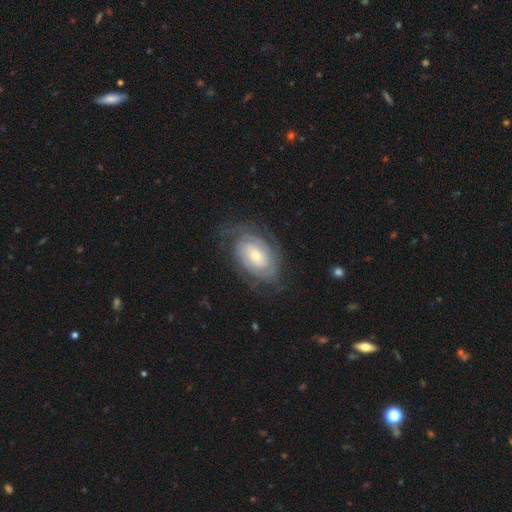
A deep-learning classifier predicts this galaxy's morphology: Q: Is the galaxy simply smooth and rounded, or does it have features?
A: featured or disk — 81%.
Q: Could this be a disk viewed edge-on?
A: no — 96%.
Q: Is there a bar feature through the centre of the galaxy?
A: no — 63%.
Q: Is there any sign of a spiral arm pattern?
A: yes — 92%.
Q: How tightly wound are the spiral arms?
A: tight — 71%.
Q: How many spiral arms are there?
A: can't tell — 40%.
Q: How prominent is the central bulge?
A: small — 55%.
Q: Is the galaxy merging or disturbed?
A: none — 71%.